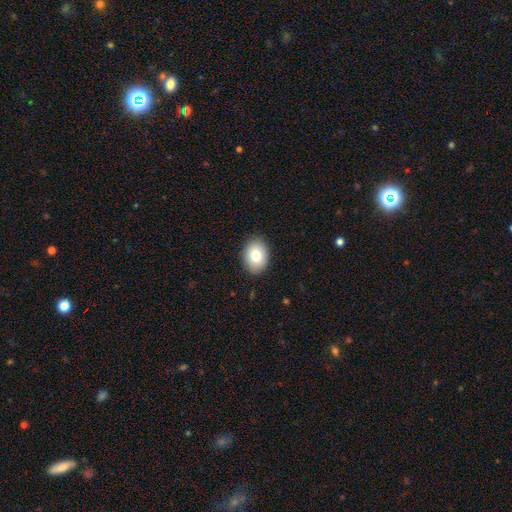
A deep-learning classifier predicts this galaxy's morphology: Overall: smooth (80%). How rounded: in between (65%; round 34%). Merging: none (89%).